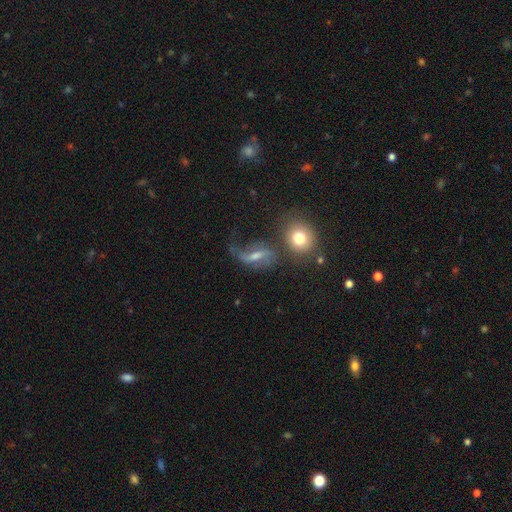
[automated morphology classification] Q: Smooth or featured?
A: featured or disk (66%); runner-up: smooth (21%)
Q: Edge-on disk?
A: no (91%); runner-up: yes (9%)
Q: Bar?
A: weak (41%); runner-up: strong (37%)
Q: Spiral arms?
A: yes (84%); runner-up: no (16%)
Q: Spiral winding?
A: loose (77%); runner-up: medium (17%)
Q: Spiral arm count?
A: 2 (78%); runner-up: 1 (13%)
Q: Bulge size?
A: moderate (43%); tied with: small (43%)
Q: Merging?
A: none (44%); runner-up: major disturbance (25%)